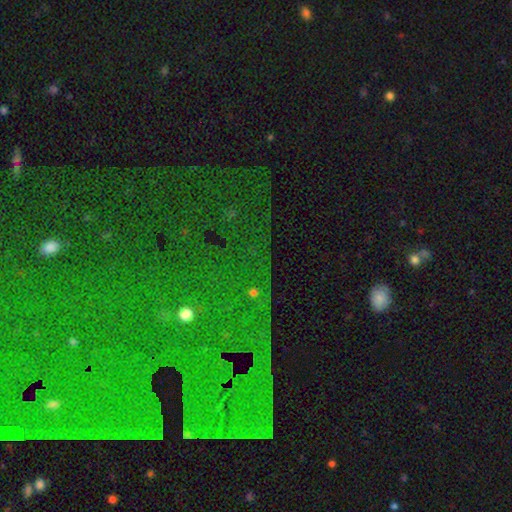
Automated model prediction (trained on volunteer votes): This is likely a star or artifact rather than a galaxy (76%).